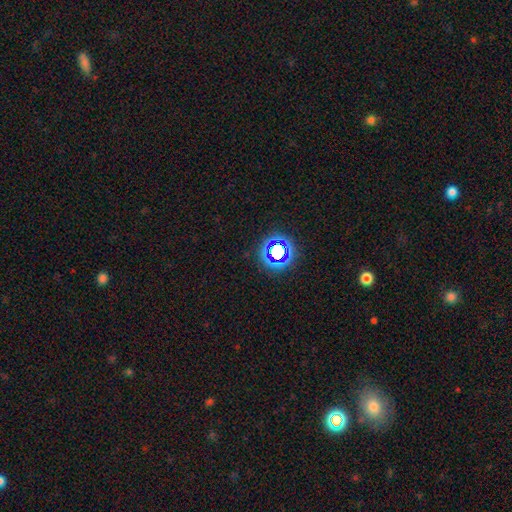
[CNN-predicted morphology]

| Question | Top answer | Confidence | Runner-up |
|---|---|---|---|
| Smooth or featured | star or artifact | 72% | smooth (20%) |